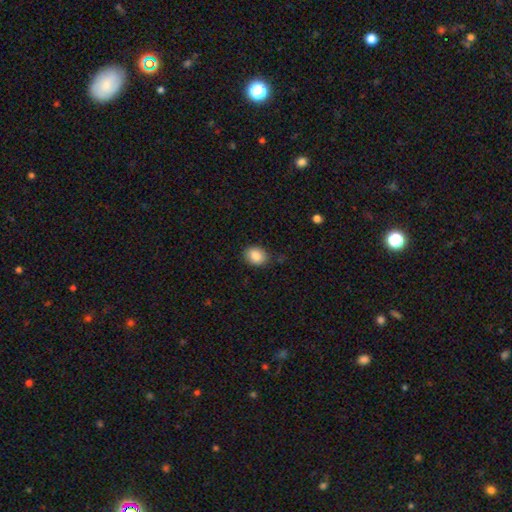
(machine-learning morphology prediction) Smooth or featured? Predicted: smooth (p=0.87). How rounded? Predicted: in between (p=0.52). Merging? Predicted: none (p=0.82).